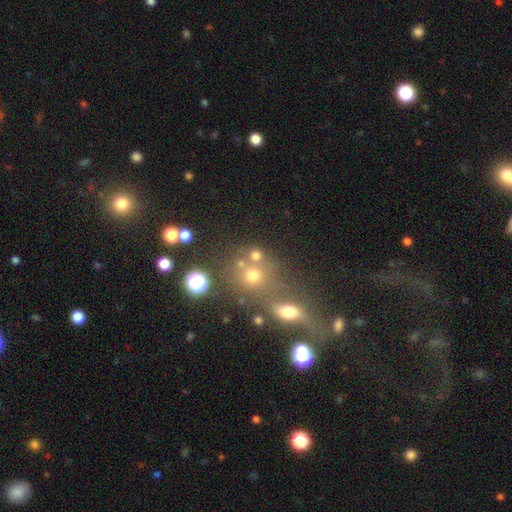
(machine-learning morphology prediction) Smooth or featured? smooth (66%)
How rounded? round (79%)
Merging? none (56%)